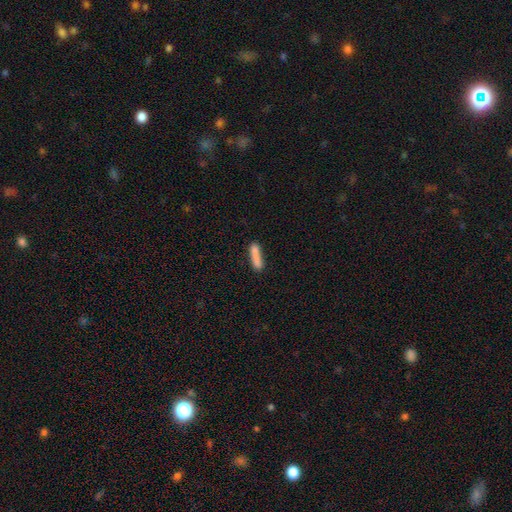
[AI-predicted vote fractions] This is clearly a smooth galaxy (82%). How rounded: likely cigar-shaped (79%). Merging: likely none (68%).